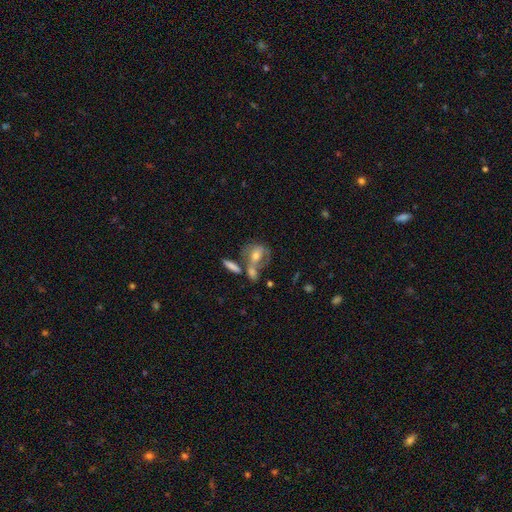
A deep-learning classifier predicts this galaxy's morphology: A smooth galaxy with no disk features (45%, tied with featured or disk). Merging: merger (37%, tied with none).